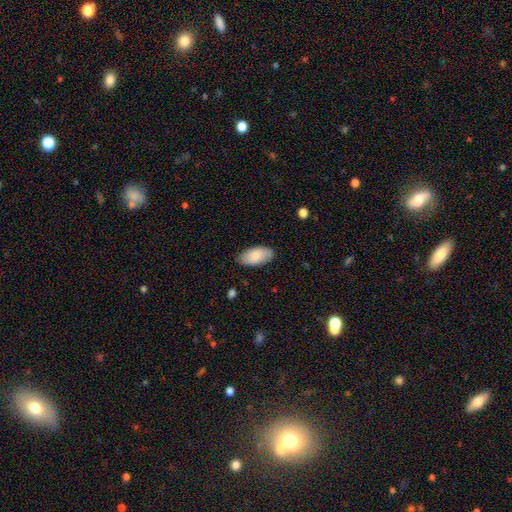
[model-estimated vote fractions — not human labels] Morphology: type=smooth (86%); roundness=in between (95%); merging=none (83%).